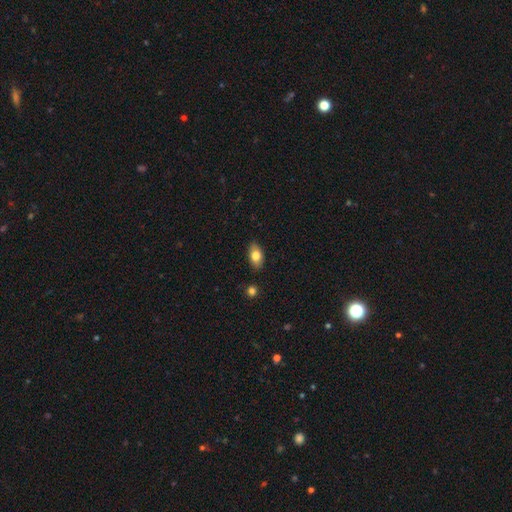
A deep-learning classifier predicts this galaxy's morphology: Smooth or featured? Predicted: smooth (p=0.79). How rounded? Predicted: in between (p=0.90). Merging? Predicted: none (p=0.87).